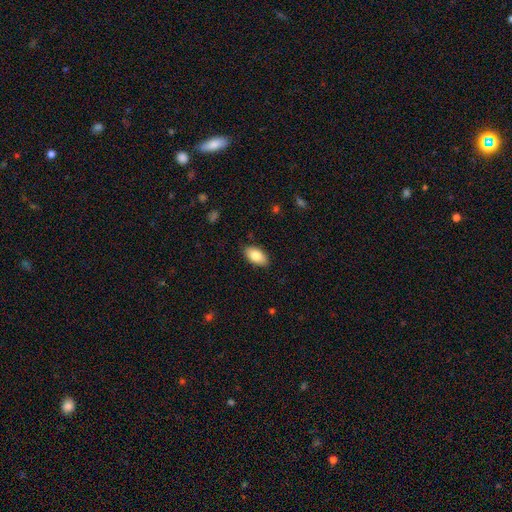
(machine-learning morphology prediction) smooth_or_featured: smooth (p=0.84) [alt: featured or disk p=0.10]
how_rounded: in between (p=0.94) [alt: round p=0.03]
merging: none (p=0.87) [alt: minor disturbance p=0.10]